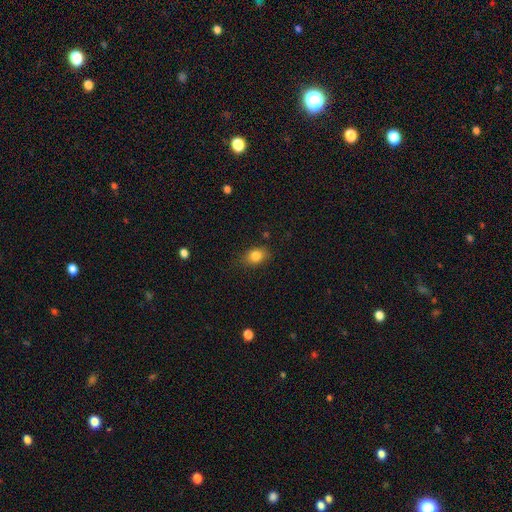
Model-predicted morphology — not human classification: A smooth galaxy with no disk features (83%) that is in between round and cigar-shaped (63%). Merging: none (78%).